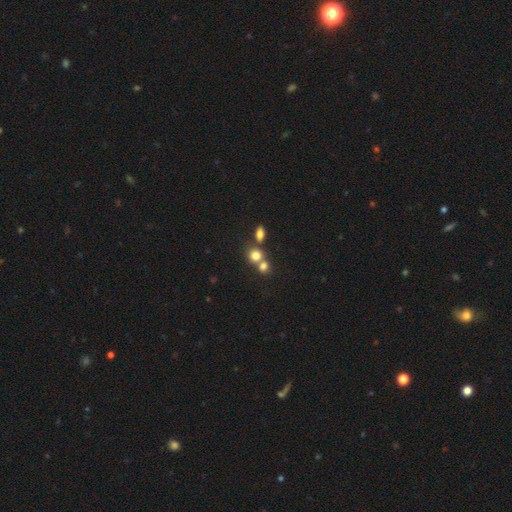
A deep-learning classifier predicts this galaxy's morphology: This is likely a smooth galaxy (77%). How rounded: likely round (74%). Merging: possibly merger (46%).